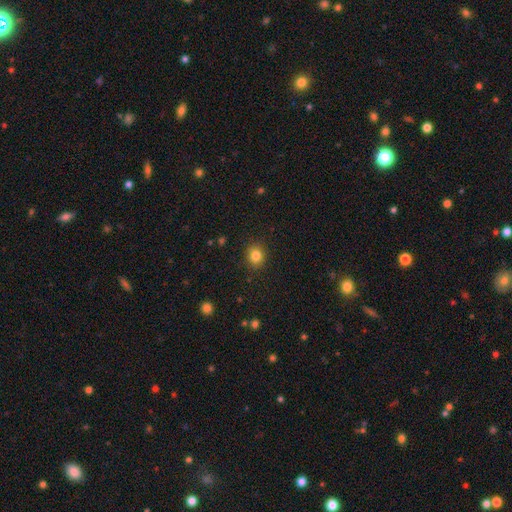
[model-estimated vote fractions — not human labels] smooth-or-featured: smooth: 83% | star or artifact: 11% | featured or disk: 6%
  how-rounded: round: 76% | in between: 23% | cigar-shaped: 1%
  merging: none: 90% | minor disturbance: 7% | major disturbance: 2% | merger: 1%